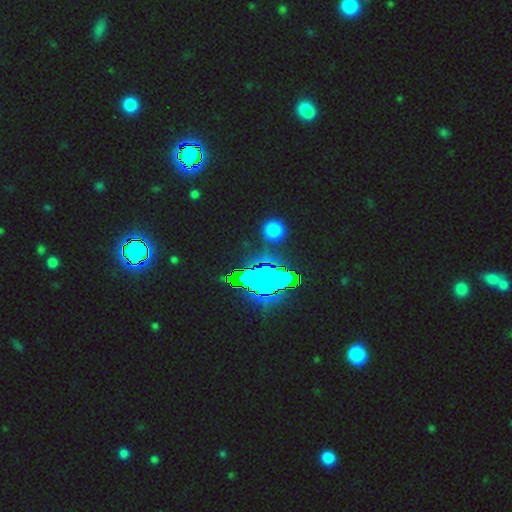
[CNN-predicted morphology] Overall: star or artifact (76%).